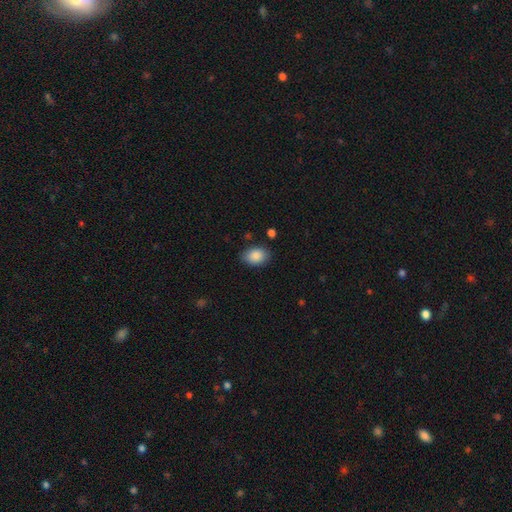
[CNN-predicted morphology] type=smooth (88%); roundness=in between (78%); merging=none (82%).